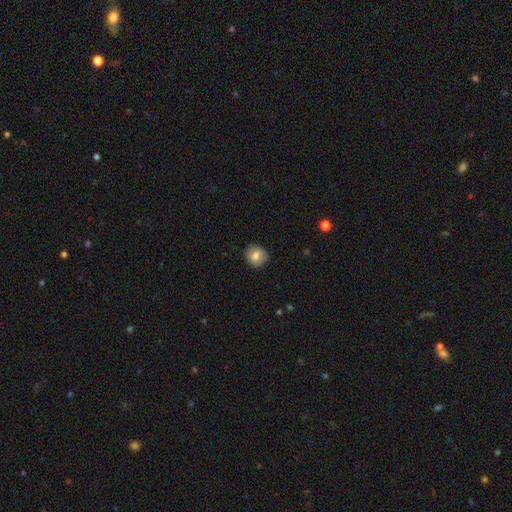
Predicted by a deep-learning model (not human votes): Smooth or featured?
  - smooth: 77% *
  - featured or disk: 15%
  - star or artifact: 8%
How rounded?
  - round: 80% *
  - in between: 19%
  - cigar-shaped: 1%
Merging?
  - none: 86% *
  - minor disturbance: 11%
  - major disturbance: 2%
  - merger: 1%